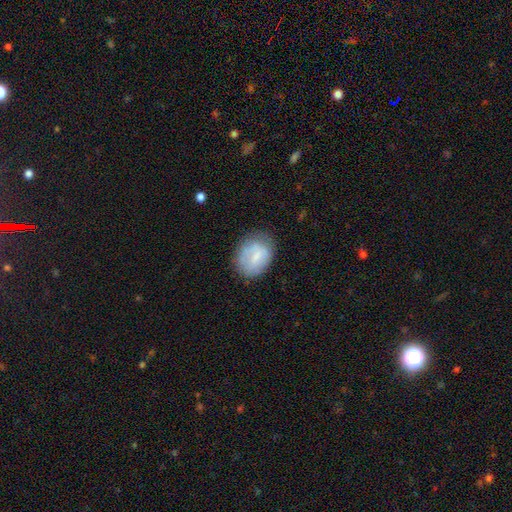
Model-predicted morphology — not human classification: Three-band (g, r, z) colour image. It shows a smooth galaxy with no disk features (66%) that is in between round and cigar-shaped (57%). Merging: none (63%).